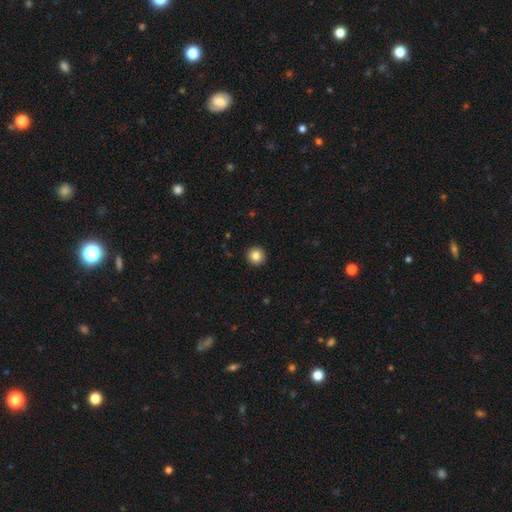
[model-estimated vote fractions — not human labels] smooth-or-featured: smooth: 84% | star or artifact: 10% | featured or disk: 6%
  how-rounded: round: 95% | in between: 4% | cigar-shaped: 1%
  merging: none: 93% | minor disturbance: 5% | major disturbance: 1% | merger: 1%